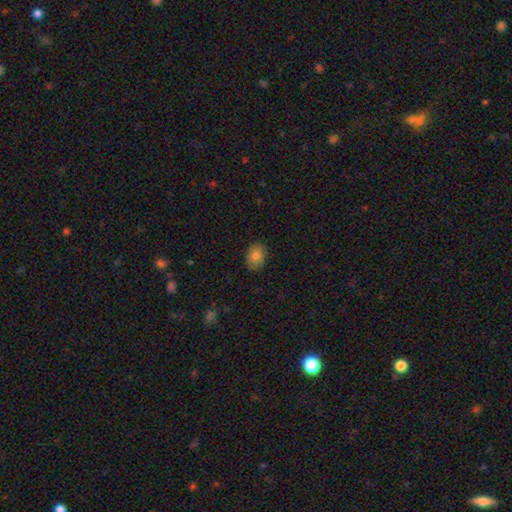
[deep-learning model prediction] This is clearly a smooth galaxy (83%). How rounded: likely in between (73%). Merging: clearly none (86%).